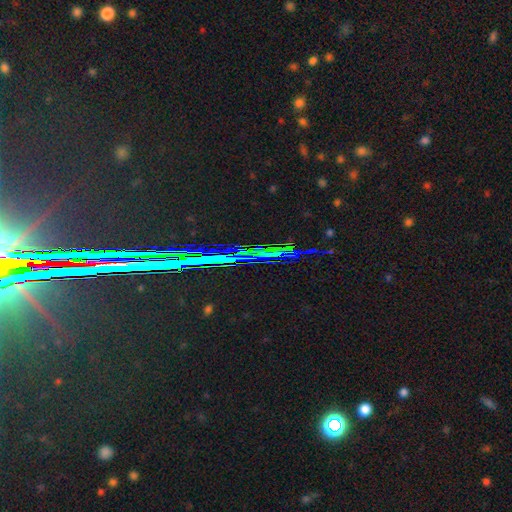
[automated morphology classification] Smooth or featured?
  - star or artifact: 83% *
  - featured or disk: 9%
  - smooth: 8%